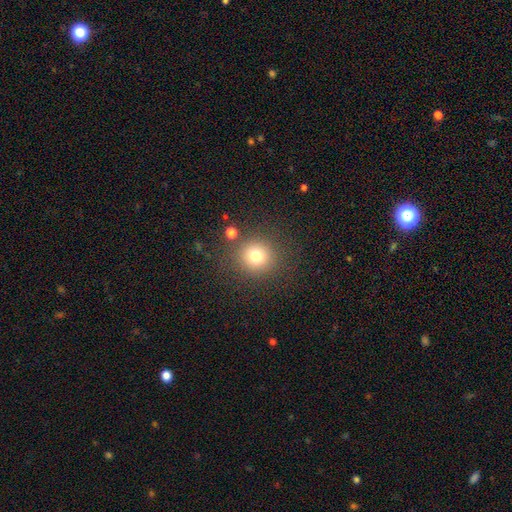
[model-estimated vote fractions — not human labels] Q: Smooth or featured?
A: smooth (76%); runner-up: star or artifact (16%)
Q: How rounded?
A: round (92%); runner-up: in between (7%)
Q: Merging?
A: none (84%); runner-up: minor disturbance (8%)